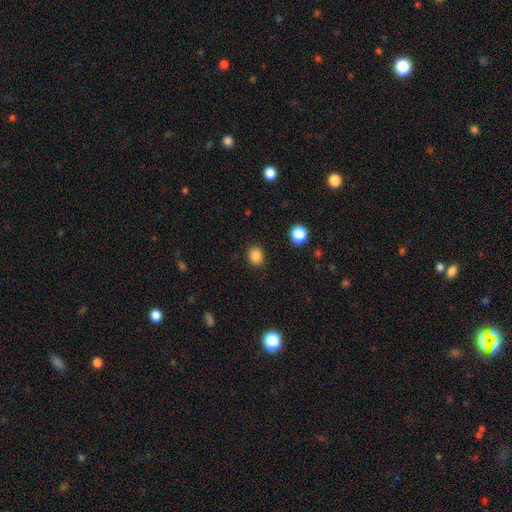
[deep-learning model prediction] smooth-or-featured: smooth: 85% | star or artifact: 11% | featured or disk: 4%
  how-rounded: round: 62% | in between: 37% | cigar-shaped: 1%
  merging: none: 89% | minor disturbance: 7% | major disturbance: 2% | merger: 1%